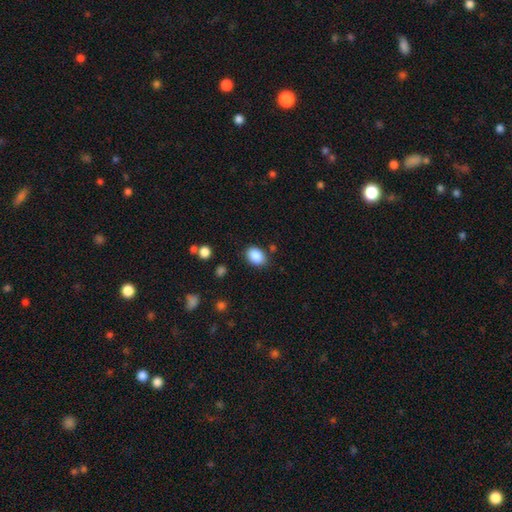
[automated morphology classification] Smooth or featured? Predicted: smooth (p=0.88). How rounded? Predicted: in between (p=0.76). Merging? Predicted: none (p=0.82).